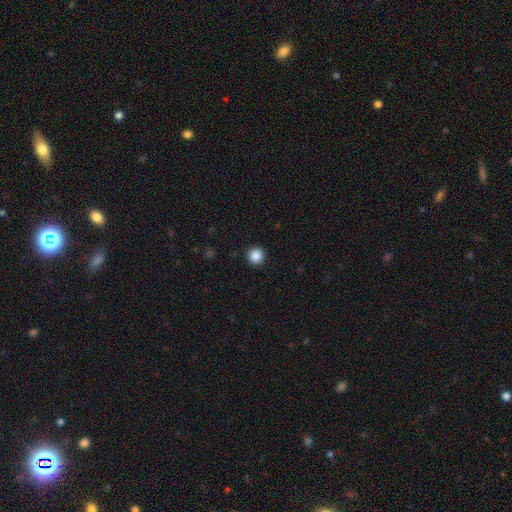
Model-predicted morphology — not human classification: smooth 87%, star or artifact 10%, featured or disk 3%. Down the decision tree: how rounded — round (96%); merging — none (93%).